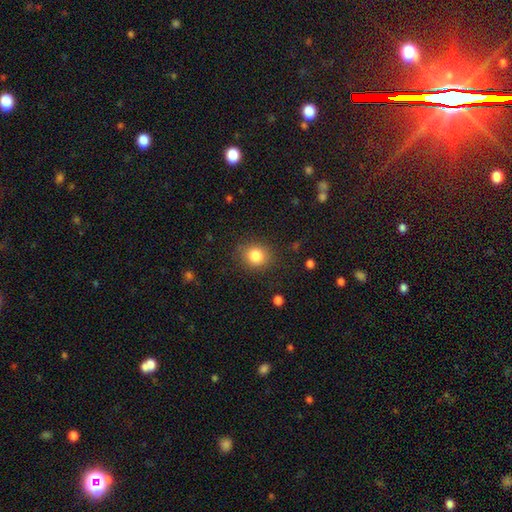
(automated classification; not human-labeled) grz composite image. It shows a smooth galaxy with no disk features (83%) that is round (78%). Merging: none (84%).